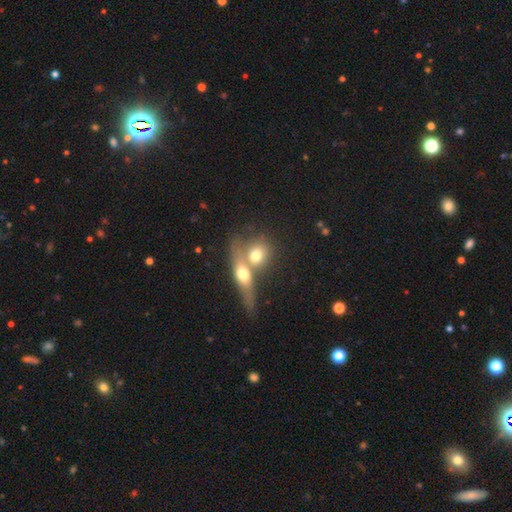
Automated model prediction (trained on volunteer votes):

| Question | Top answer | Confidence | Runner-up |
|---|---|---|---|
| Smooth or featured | smooth | 64% | featured or disk (27%) |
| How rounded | round | 54% | in between (37%) |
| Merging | merger | 62% | none (26%) |